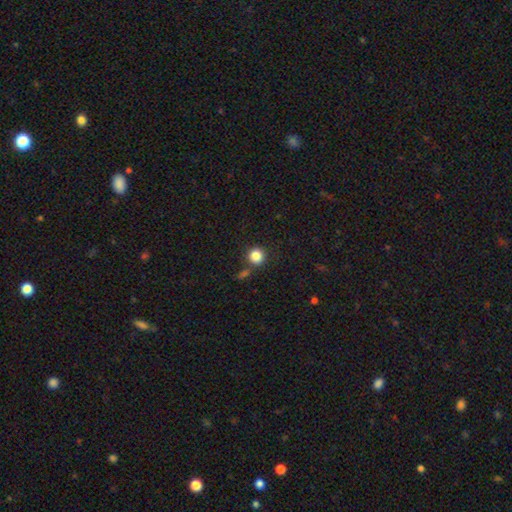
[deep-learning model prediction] Q: Smooth or featured?
A: smooth (85%); runner-up: star or artifact (11%)
Q: How rounded?
A: round (91%); runner-up: in between (8%)
Q: Merging?
A: none (77%); runner-up: merger (10%)